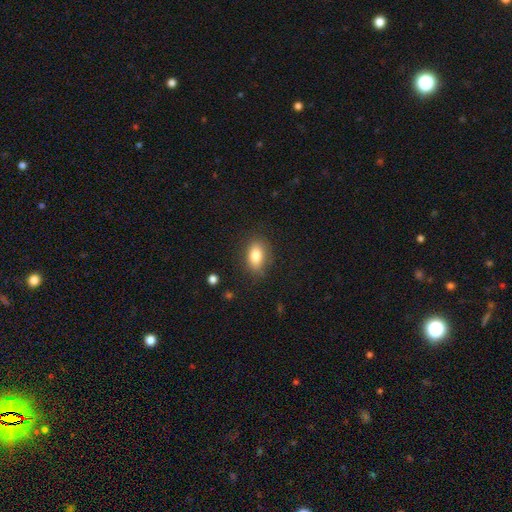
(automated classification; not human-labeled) smooth-or-featured: smooth: 82% | featured or disk: 9% | star or artifact: 8%
  how-rounded: in between: 85% | round: 12% | cigar-shaped: 2%
  merging: none: 80% | minor disturbance: 14% | major disturbance: 4% | merger: 1%